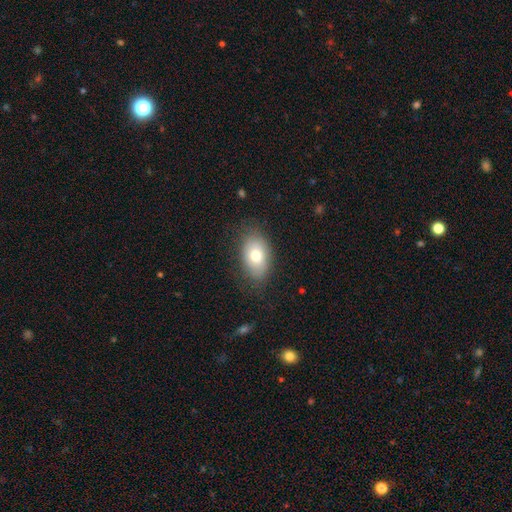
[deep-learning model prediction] smooth 73%, featured or disk 19%, star or artifact 8%. Down the decision tree: how rounded — in between (88%); merging — none (77%).